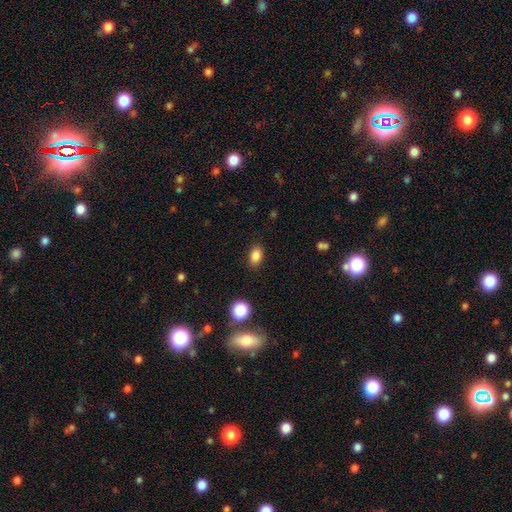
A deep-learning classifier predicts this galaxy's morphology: A smooth galaxy with no disk features (84%) that is in between round and cigar-shaped (81%). Merging: none (86%).